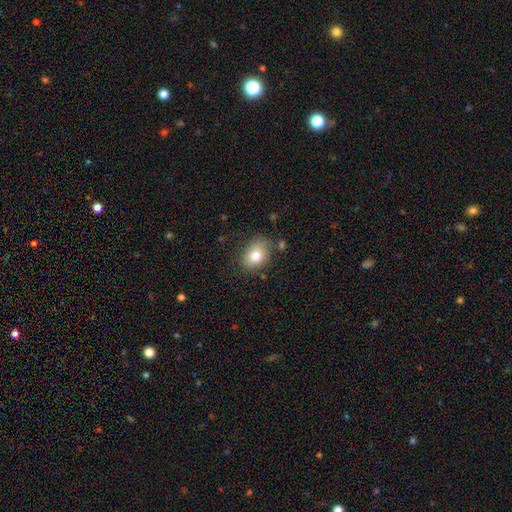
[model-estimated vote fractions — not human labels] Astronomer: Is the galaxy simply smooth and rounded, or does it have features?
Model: smooth — 79%.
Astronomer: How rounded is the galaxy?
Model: in between — 72%.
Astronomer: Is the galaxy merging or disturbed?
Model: none — 75%.